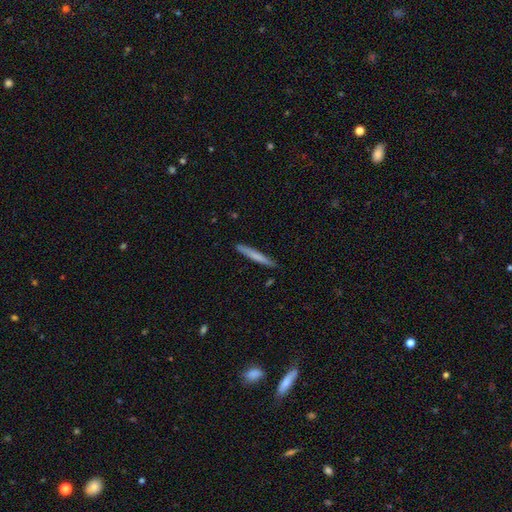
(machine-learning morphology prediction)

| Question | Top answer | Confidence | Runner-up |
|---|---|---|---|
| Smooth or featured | smooth | 67% | featured or disk (28%) |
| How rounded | cigar-shaped | 96% | in between (2%) |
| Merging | none | 90% | minor disturbance (8%) |